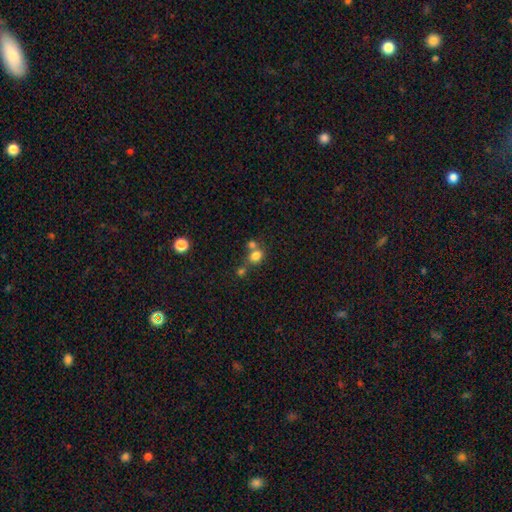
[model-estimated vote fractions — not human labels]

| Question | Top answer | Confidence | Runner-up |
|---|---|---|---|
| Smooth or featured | smooth | 78% | star or artifact (13%) |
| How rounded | round | 57% | in between (42%) |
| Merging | none | 44% | merger (42%) |